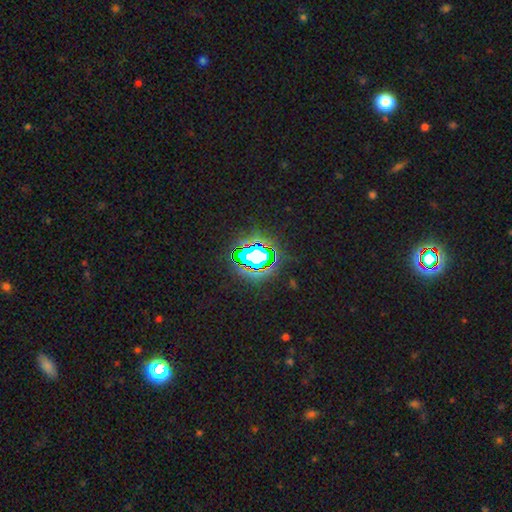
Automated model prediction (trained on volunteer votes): This appears to be a star or artifact, not a galaxy (70%).